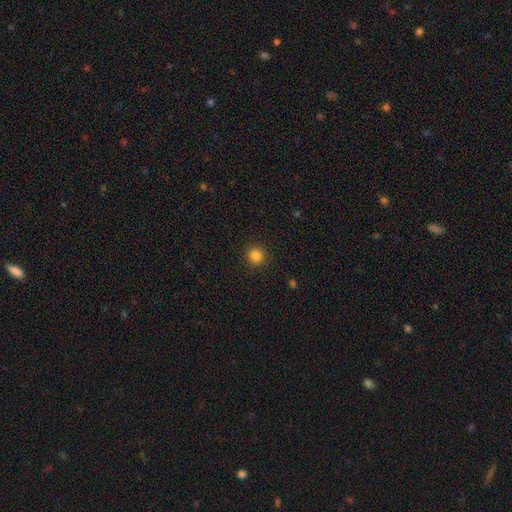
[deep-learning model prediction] Q: Smooth or featured?
A: smooth (83%); runner-up: star or artifact (12%)
Q: How rounded?
A: round (93%); runner-up: in between (6%)
Q: Merging?
A: none (92%); runner-up: minor disturbance (5%)